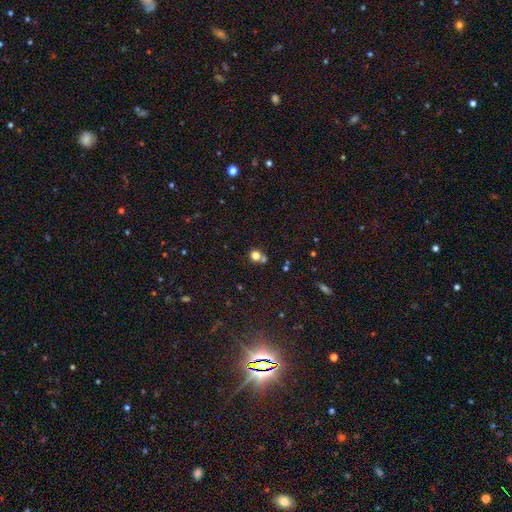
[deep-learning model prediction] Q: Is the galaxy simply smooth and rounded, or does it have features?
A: smooth — 76%.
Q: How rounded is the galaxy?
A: round — 78%.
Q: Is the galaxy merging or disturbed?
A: none — 51%.